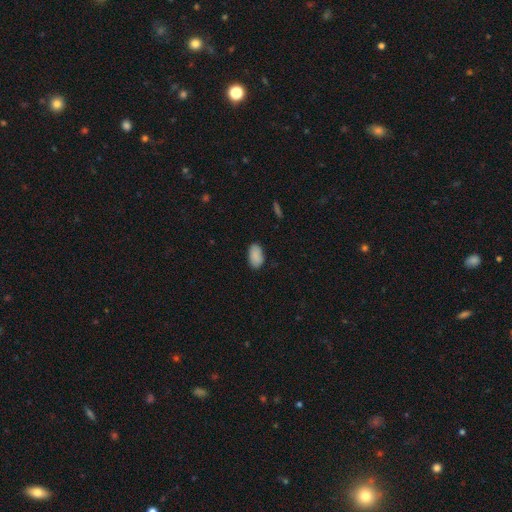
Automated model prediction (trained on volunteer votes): Smooth or featured? smooth (89%)
How rounded? in between (94%)
Merging? none (84%)